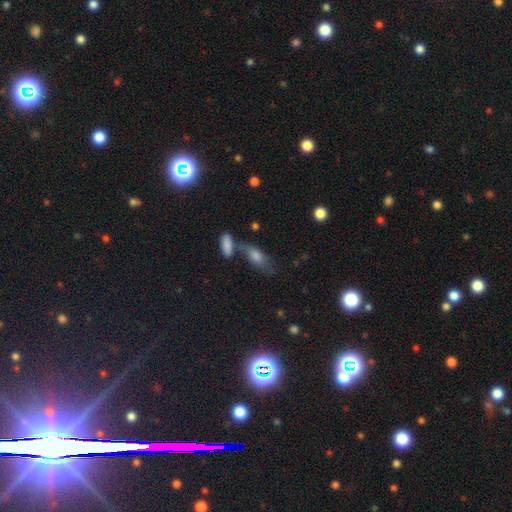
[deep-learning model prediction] A smooth galaxy with no disk features (68%) that is in between round and cigar-shaped (75%). Merging: none (49%).